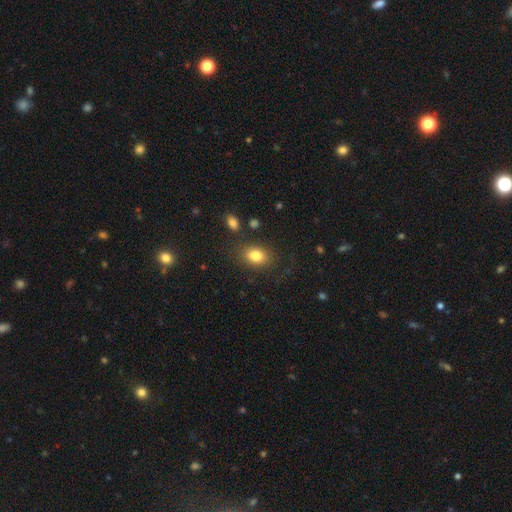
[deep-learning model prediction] This appears to be a smooth galaxy with no disk features (83%) that is in between round and cigar-shaped (74%). Merging: none (79%).